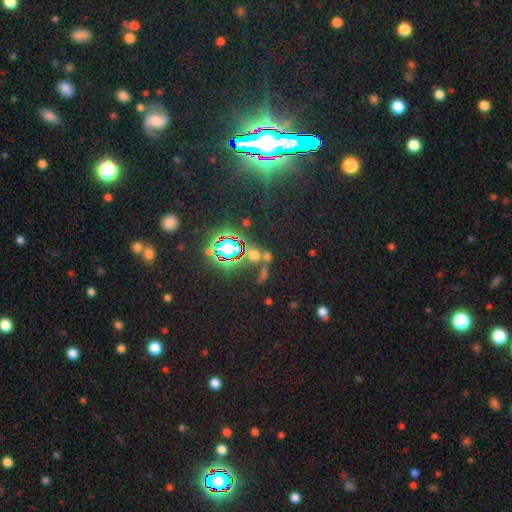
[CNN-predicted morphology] Q: Smooth or featured?
A: star or artifact (73%); runner-up: smooth (17%)